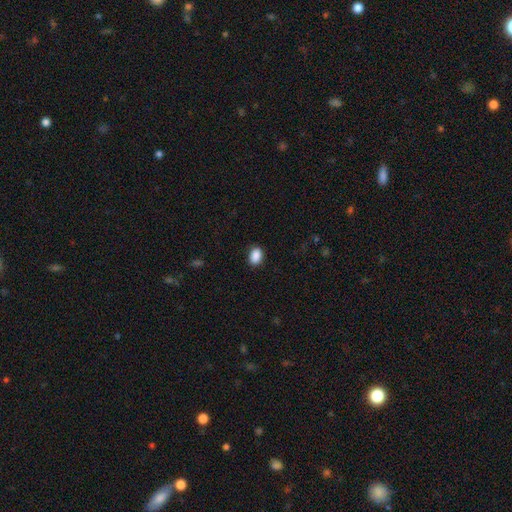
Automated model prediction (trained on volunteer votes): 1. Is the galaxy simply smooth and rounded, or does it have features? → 89% smooth, 8% star or artifact, 3% featured or disk.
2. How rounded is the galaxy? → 80% in between, 19% round, 1% cigar-shaped.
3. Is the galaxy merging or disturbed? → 86% none, 10% minor disturbance, 2% major disturbance, 1% merger.